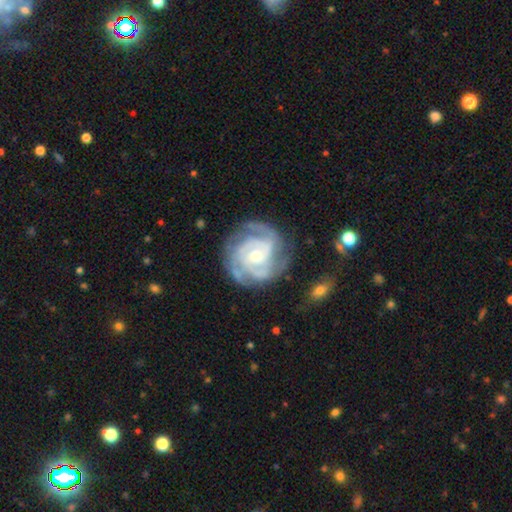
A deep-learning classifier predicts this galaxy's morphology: featured or disk 89%, smooth 6%, star or artifact 5%. Down the decision tree: edge-on disk — no (98%); bar — no (67%); spiral arms — yes (97%); spiral arm count — 3 (37%); spiral winding — tight (70%); bulge size — small (50%); merging — none (74%).